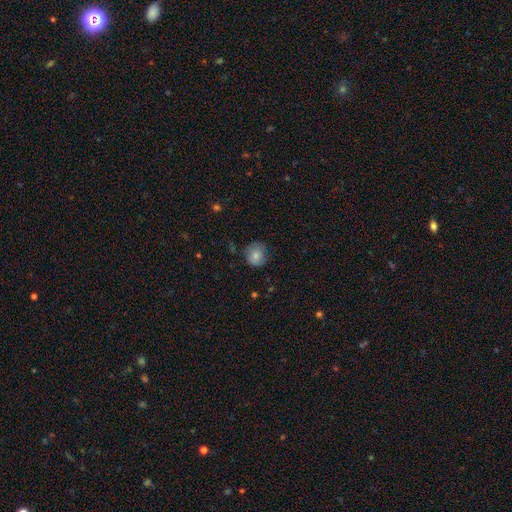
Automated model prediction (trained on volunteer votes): This appears to be a smooth galaxy with no disk features (78%) that is round (84%). Merging: none (71%).